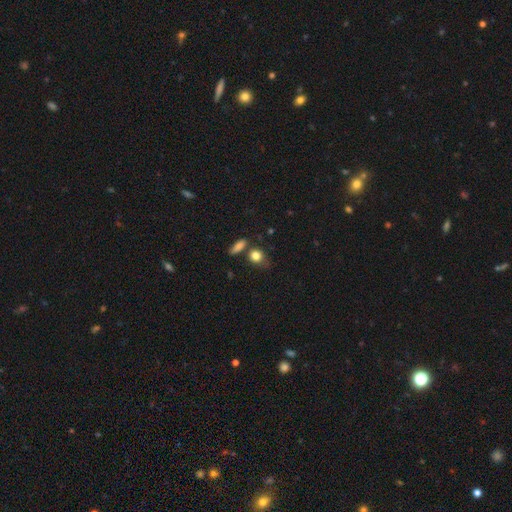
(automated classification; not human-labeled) smooth_or_featured: smooth (p=0.83) [alt: star or artifact p=0.10]
how_rounded: round (p=0.61) [alt: in between p=0.36]
merging: none (p=0.57) [alt: minor disturbance p=0.20]